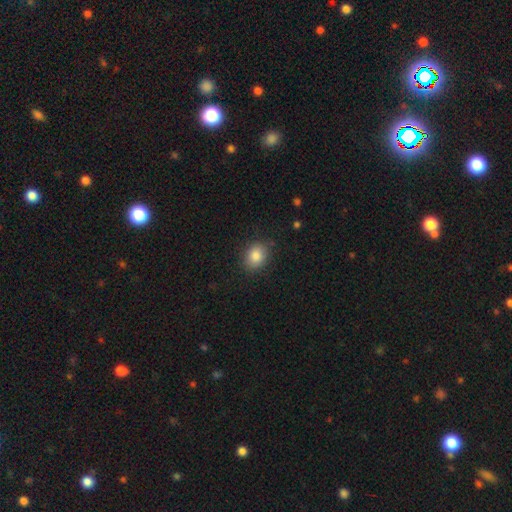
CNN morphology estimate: smooth_or_featured: smooth (p=0.86) [alt: star or artifact p=0.08]
how_rounded: round (p=0.53) [alt: in between p=0.46]
merging: none (p=0.82) [alt: minor disturbance p=0.14]